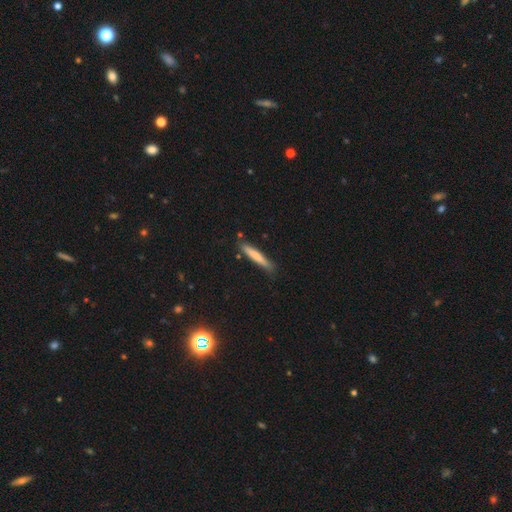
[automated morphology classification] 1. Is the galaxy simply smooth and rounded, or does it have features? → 72% smooth, 23% featured or disk, 5% star or artifact.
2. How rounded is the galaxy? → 94% cigar-shaped, 5% in between, 1% round.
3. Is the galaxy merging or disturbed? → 82% none, 13% minor disturbance, 3% merger, 2% major disturbance.